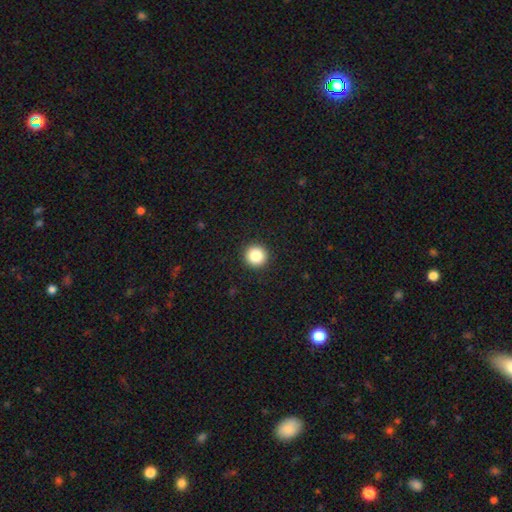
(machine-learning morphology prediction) Smooth or featured?
  - smooth: 86% *
  - star or artifact: 10%
  - featured or disk: 5%
How rounded?
  - round: 96% *
  - in between: 3%
  - cigar-shaped: 1%
Merging?
  - none: 93% *
  - minor disturbance: 4%
  - major disturbance: 2%
  - merger: 1%